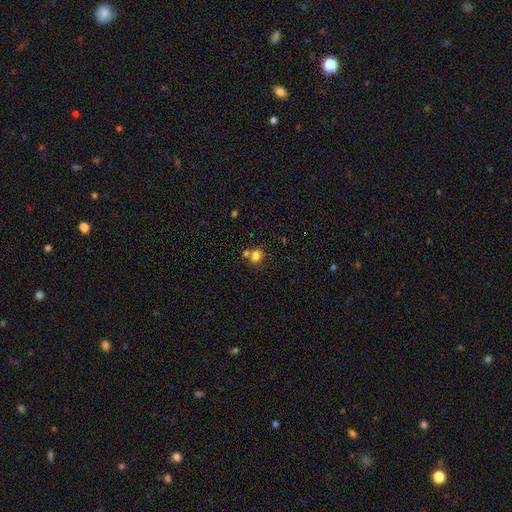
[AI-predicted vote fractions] Smooth or featured? smooth (80%)
How rounded? round (75%)
Merging? none (57%)